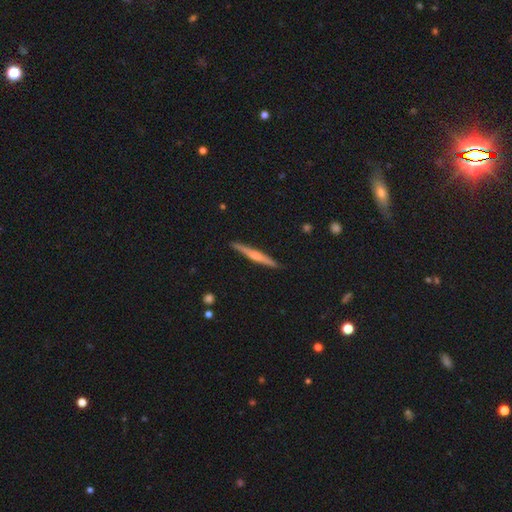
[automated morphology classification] Smooth or featured? featured or disk (61%)
Edge-on disk? yes (98%)
Edge-on bulge? rounded (68%)
Merging? none (90%)